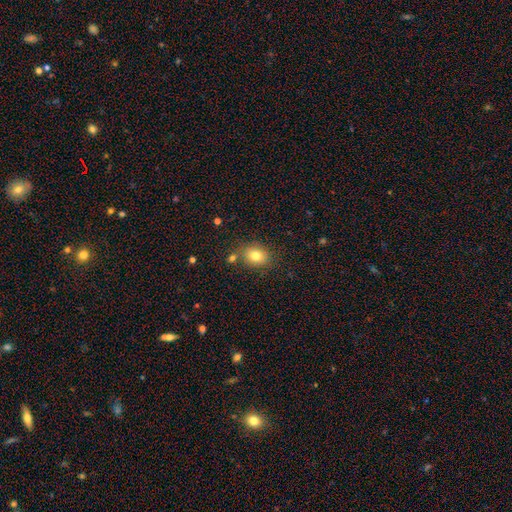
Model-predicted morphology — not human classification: smooth-or-featured: smooth: 79% | star or artifact: 10% | featured or disk: 10%
  how-rounded: in between: 53% | round: 46% | cigar-shaped: 1%
  merging: none: 75% | minor disturbance: 13% | merger: 9% | major disturbance: 3%